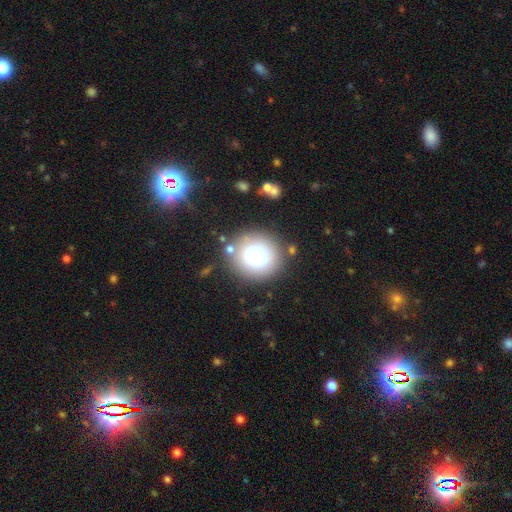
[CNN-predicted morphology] smooth 73%, featured or disk 17%, star or artifact 11%. Down the decision tree: how rounded — round (86%); merging — none (65%).